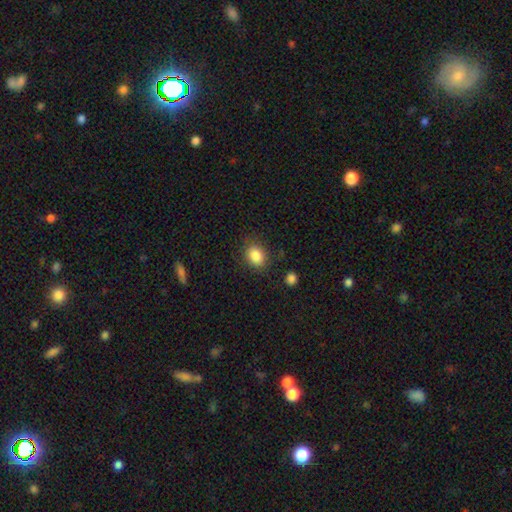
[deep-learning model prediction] This is clearly a smooth galaxy (85%). How rounded: possibly in between (59%). Merging: clearly none (81%).